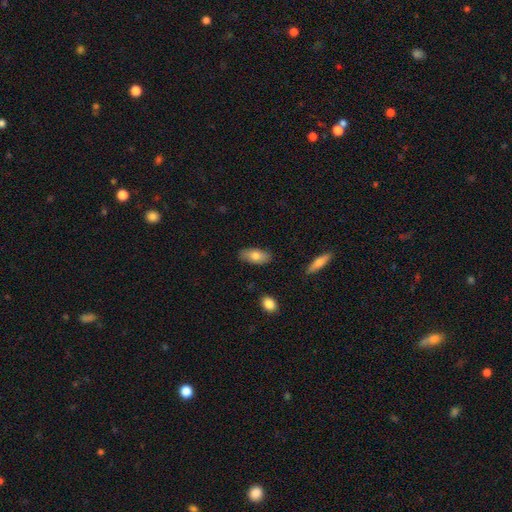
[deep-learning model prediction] Smooth or featured? smooth (75%)
How rounded? in between (90%)
Merging? none (84%)